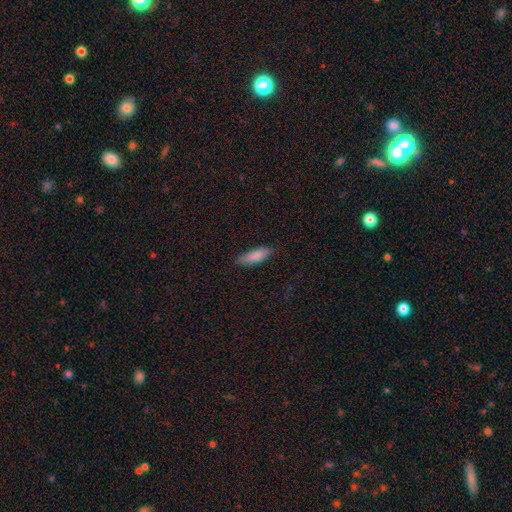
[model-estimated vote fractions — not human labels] A smooth galaxy with no disk features (86%) that is in between round and cigar-shaped (56%). Merging: none (83%).